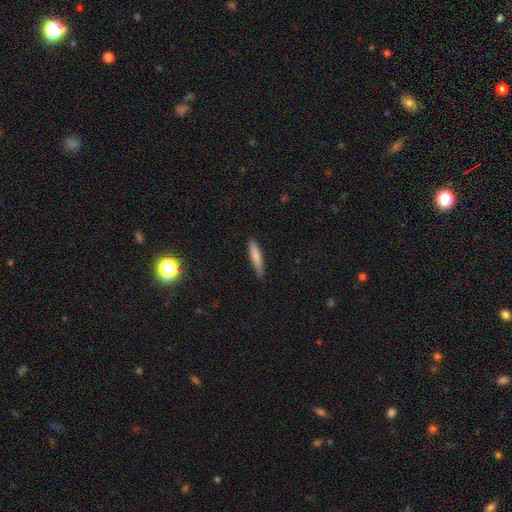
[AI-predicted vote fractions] A smooth galaxy with no disk features (76%) that is cigar-shaped (89%). Merging: none (82%).